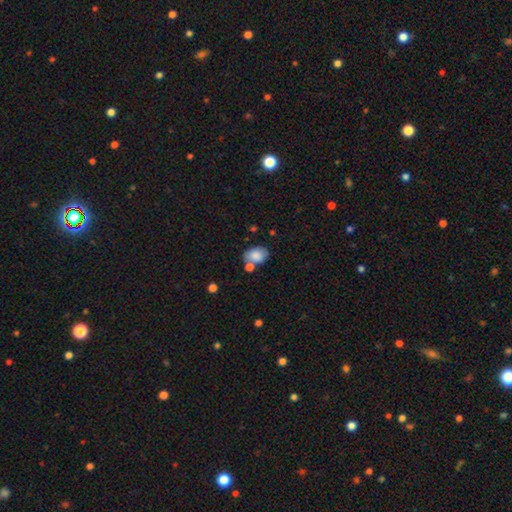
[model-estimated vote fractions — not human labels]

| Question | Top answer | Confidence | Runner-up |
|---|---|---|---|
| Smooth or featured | smooth | 83% | featured or disk (9%) |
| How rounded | in between | 80% | round (19%) |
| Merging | none | 57% | merger (21%) |